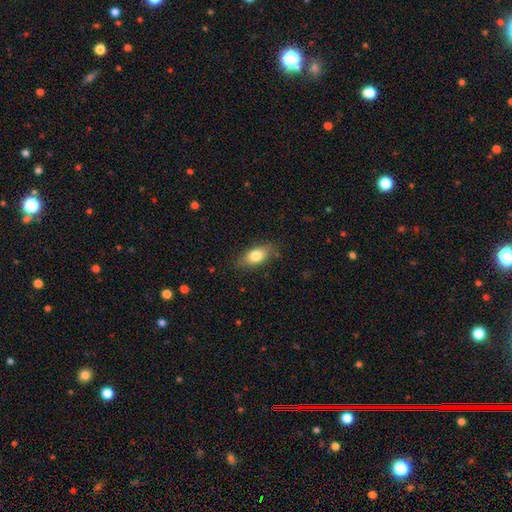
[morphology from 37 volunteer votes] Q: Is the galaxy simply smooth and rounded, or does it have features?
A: smooth — 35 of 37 (95%).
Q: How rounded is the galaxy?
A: in between — 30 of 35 (86%).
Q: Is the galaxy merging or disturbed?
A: none — 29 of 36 (81%).